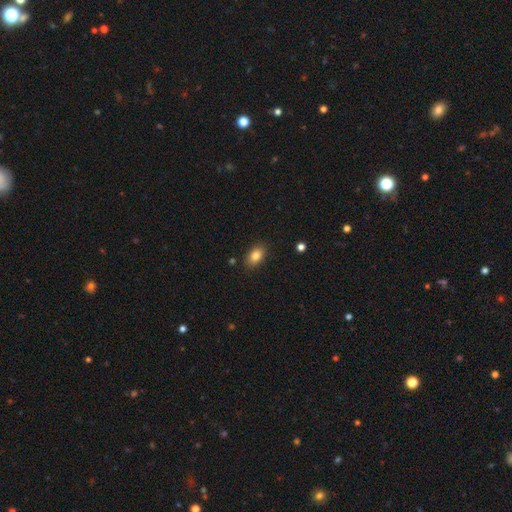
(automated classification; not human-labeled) smooth-or-featured: smooth: 83% | star or artifact: 9% | featured or disk: 8%
  how-rounded: in between: 88% | round: 11% | cigar-shaped: 2%
  merging: none: 86% | minor disturbance: 10% | major disturbance: 2% | merger: 2%